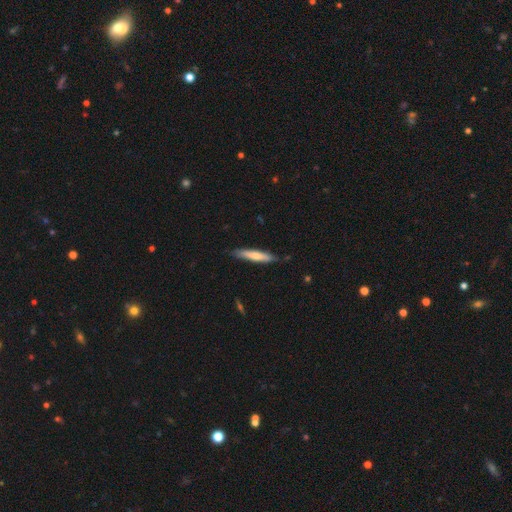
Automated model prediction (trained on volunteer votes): Smooth or featured? Predicted: smooth (p=0.67). How rounded? Predicted: cigar-shaped (p=0.90). Merging? Predicted: none (p=0.83).